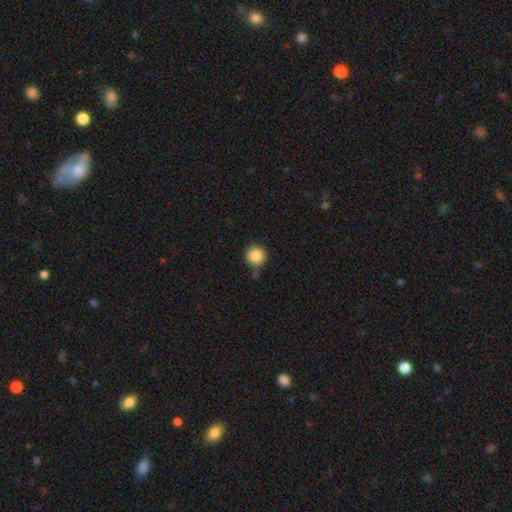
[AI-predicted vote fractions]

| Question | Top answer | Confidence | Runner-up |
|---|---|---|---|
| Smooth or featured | smooth | 87% | star or artifact (9%) |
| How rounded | round | 95% | in between (4%) |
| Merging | none | 77% | minor disturbance (15%) |